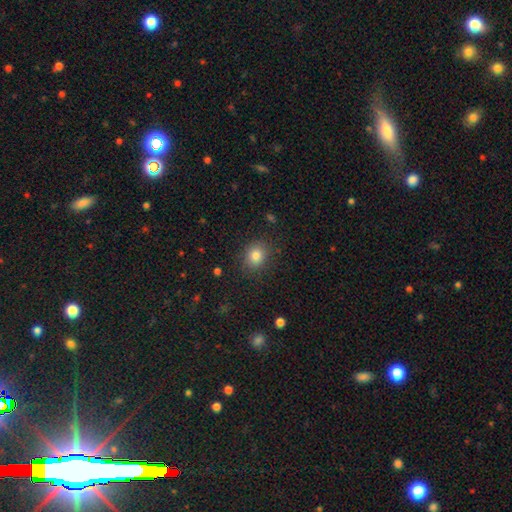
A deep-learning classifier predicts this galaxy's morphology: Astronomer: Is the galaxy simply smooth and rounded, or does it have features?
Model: smooth — 82%.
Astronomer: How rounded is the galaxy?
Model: round — 62%.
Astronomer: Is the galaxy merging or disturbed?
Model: none — 84%.